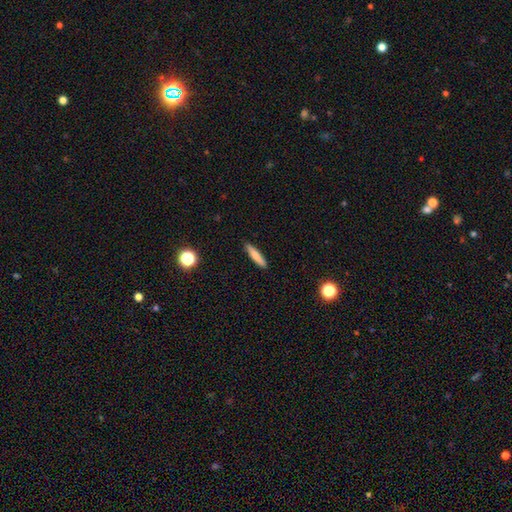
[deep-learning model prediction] Smooth or featured? Predicted: smooth (p=0.76). How rounded? Predicted: cigar-shaped (p=0.86). Merging? Predicted: none (p=0.89).